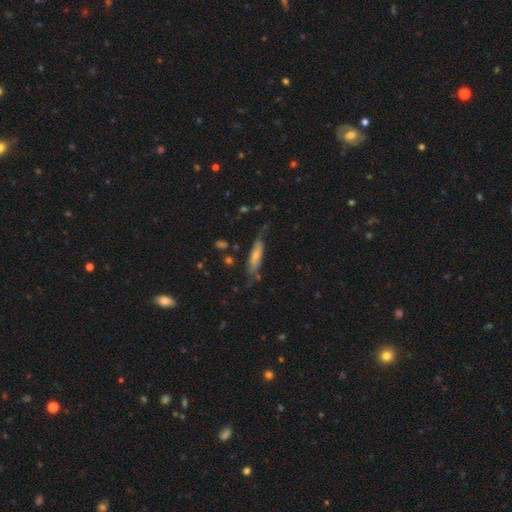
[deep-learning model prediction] Smooth or featured? Predicted: smooth (p=0.58). How rounded? Predicted: cigar-shaped (p=0.61). Merging? Predicted: none (p=0.54).